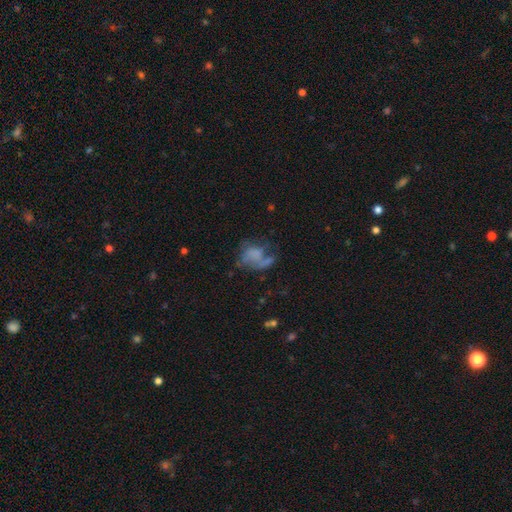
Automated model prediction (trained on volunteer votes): Smooth or featured?
  - smooth: 43% *
  - featured or disk: 42%
  - star or artifact: 15%
Merging?
  - major disturbance: 37% *
  - none: 29%
  - minor disturbance: 19%
  - merger: 15%